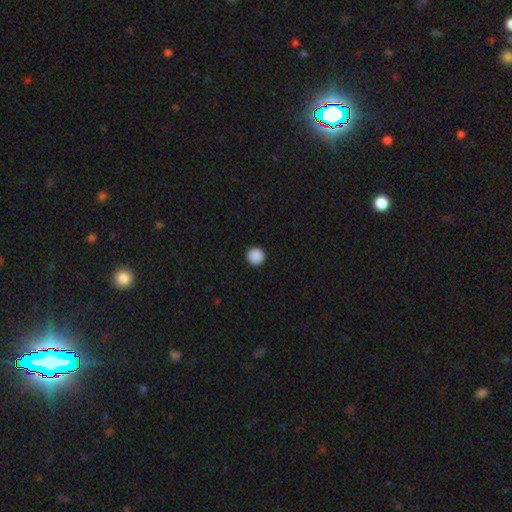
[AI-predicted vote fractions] Smooth or featured? Predicted: smooth (p=0.89). How rounded? Predicted: round (p=0.96). Merging? Predicted: none (p=0.94).